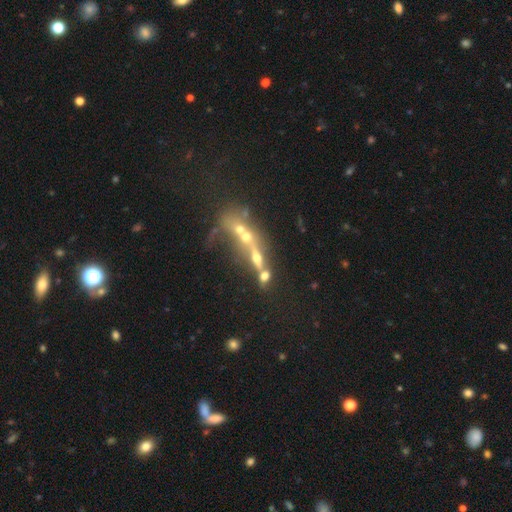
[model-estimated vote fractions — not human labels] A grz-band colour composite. It shows a featured or disk galaxy (47%). Merging: merger (58%).